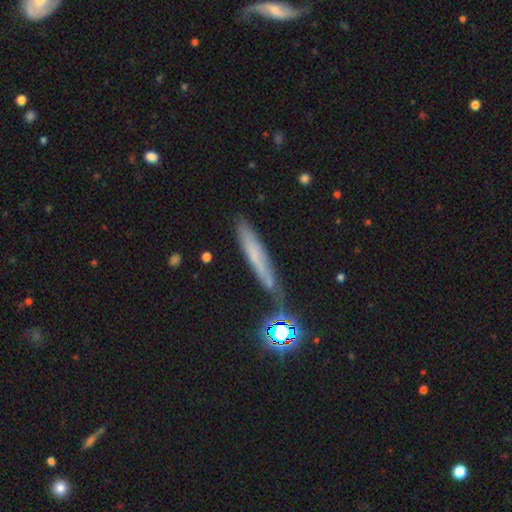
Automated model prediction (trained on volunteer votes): Smooth or featured? Predicted: smooth (p=0.50). How rounded? Predicted: cigar-shaped (p=0.88). Merging? Predicted: none (p=0.67).